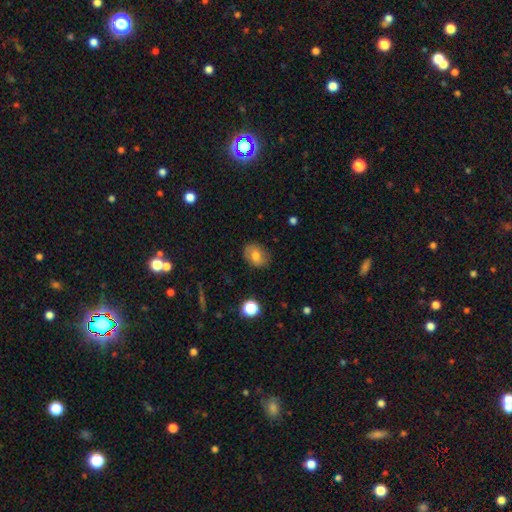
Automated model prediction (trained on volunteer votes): Overall: smooth (65%). How rounded: in between (59%; round 40%). Merging: none (81%).